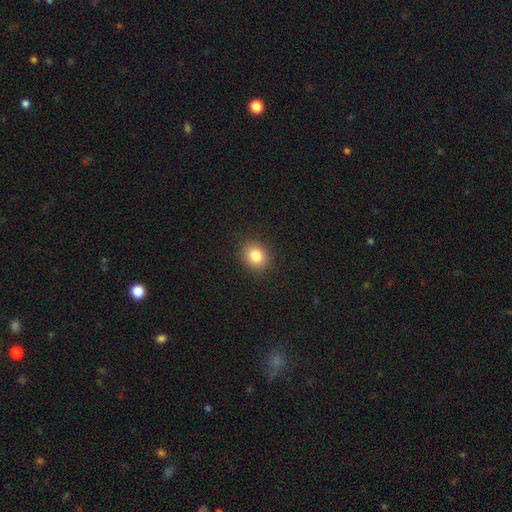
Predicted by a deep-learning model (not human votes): Smooth or featured? smooth (84%)
How rounded? round (62%)
Merging? none (89%)